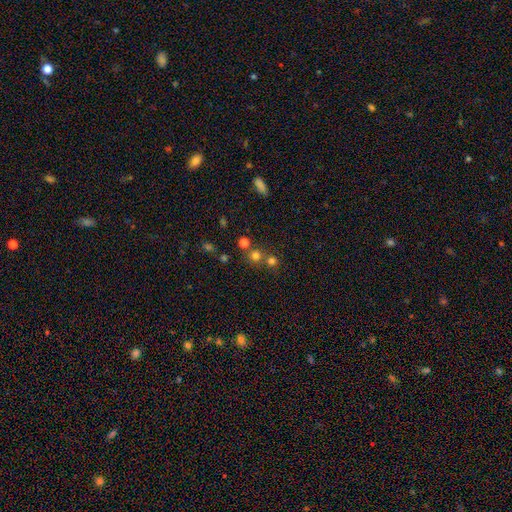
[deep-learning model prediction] The model was most divided on "merging": none: 64%, merger: 27%, minor disturbance: 6%, major disturbance: 3%. More confident: how rounded — round (91%); smooth or featured — smooth (70%).